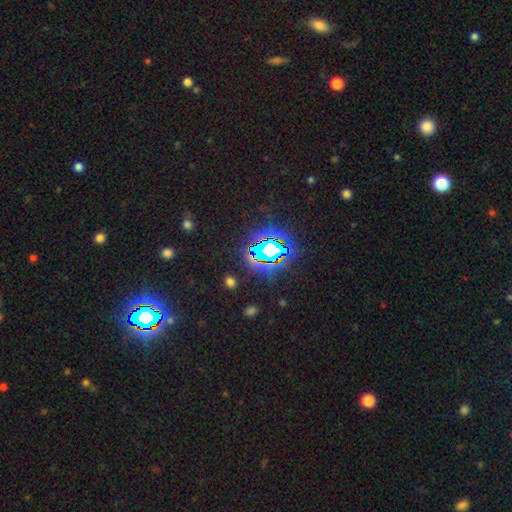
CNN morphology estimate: smooth_or_featured: star or artifact (p=0.73) [alt: smooth p=0.17]